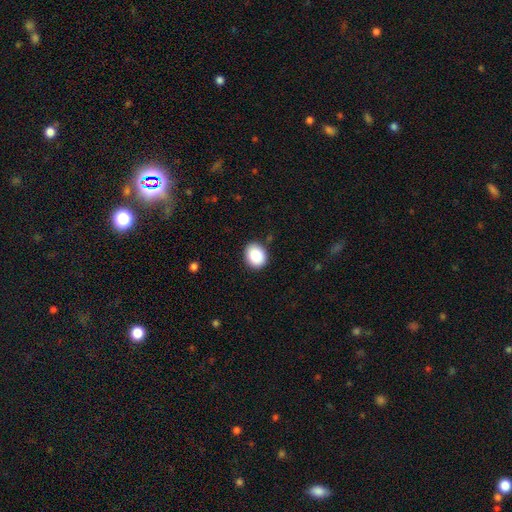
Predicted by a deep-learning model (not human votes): Smooth or featured: smooth — 88% (star or artifact — 8%)
How rounded: round — 50% (in between — 49%)
Merging: none — 88% (minor disturbance — 9%)